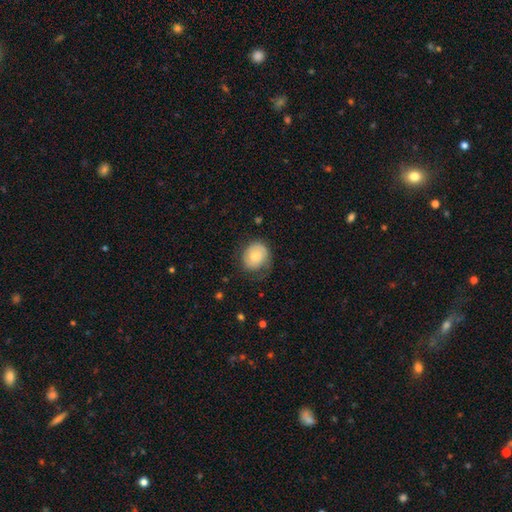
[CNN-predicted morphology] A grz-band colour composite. It shows a smooth galaxy with no disk features (69%) that is round (62%). Merging: none (57%).